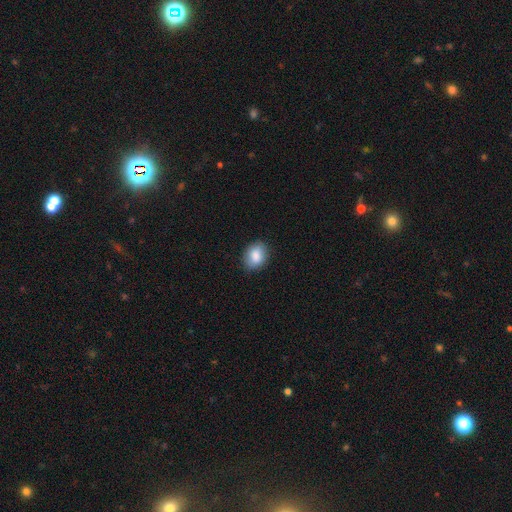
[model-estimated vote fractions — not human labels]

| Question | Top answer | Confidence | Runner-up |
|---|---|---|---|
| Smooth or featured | smooth | 86% | star or artifact (7%) |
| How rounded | in between | 64% | round (35%) |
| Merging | none | 86% | minor disturbance (11%) |